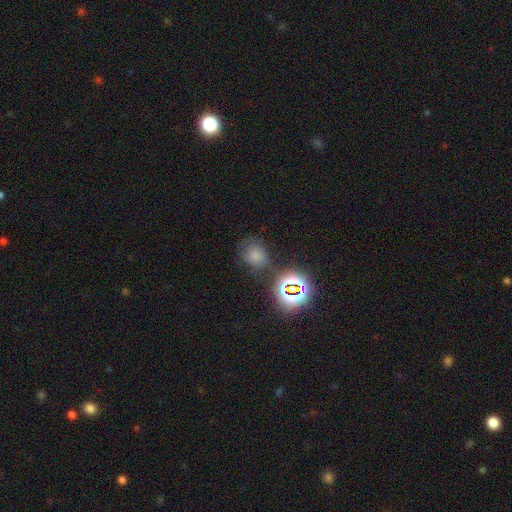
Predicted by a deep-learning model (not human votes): Smooth or featured?
  - smooth: 59% *
  - star or artifact: 28%
  - featured or disk: 13%
How rounded?
  - round: 66% *
  - in between: 33%
  - cigar-shaped: 1%
Merging?
  - none: 60% *
  - minor disturbance: 22%
  - major disturbance: 9%
  - merger: 9%